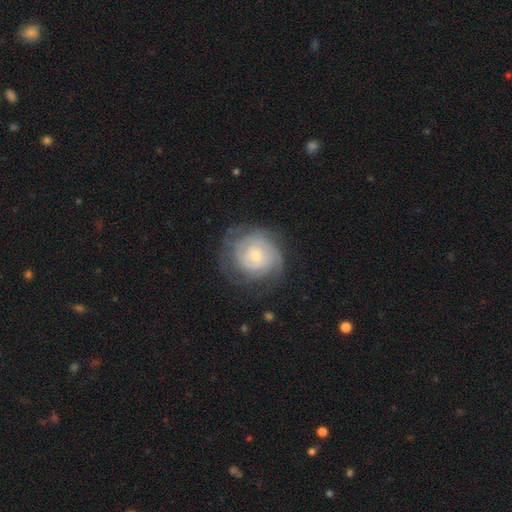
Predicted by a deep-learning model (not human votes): featured or disk 74%, smooth 20%, star or artifact 6%. Down the decision tree: edge-on disk — no (98%); bar — no (74%); spiral arms — yes (92%); spiral arm count — can't tell (44%); spiral winding — tight (74%); bulge size — small (63%); merging — none (70%).